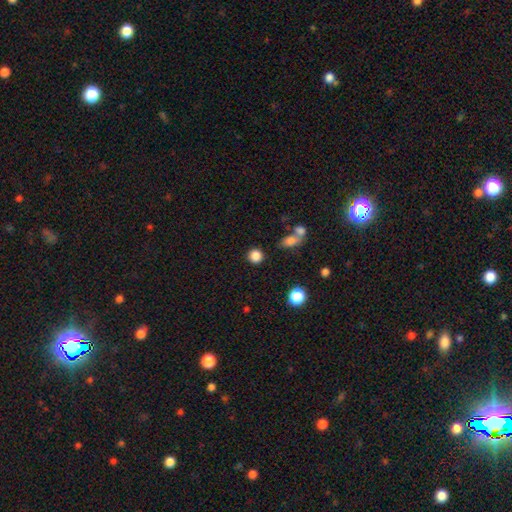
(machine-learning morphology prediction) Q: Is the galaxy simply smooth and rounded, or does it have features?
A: smooth — 84%.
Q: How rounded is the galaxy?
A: round — 90%.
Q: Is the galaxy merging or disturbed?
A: none — 83%.